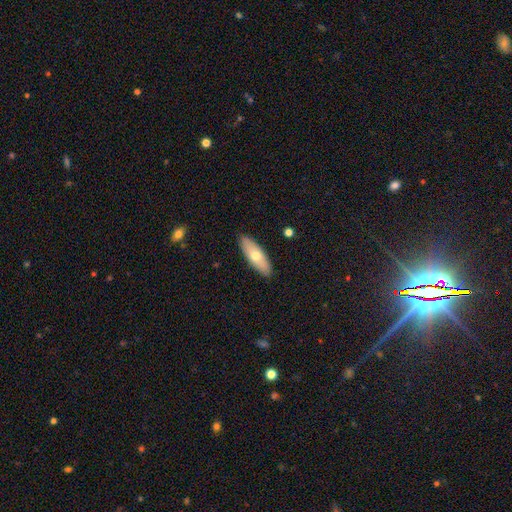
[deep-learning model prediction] Smooth or featured? Predicted: smooth (p=0.63). How rounded? Predicted: in between (p=0.60). Merging? Predicted: none (p=0.89).